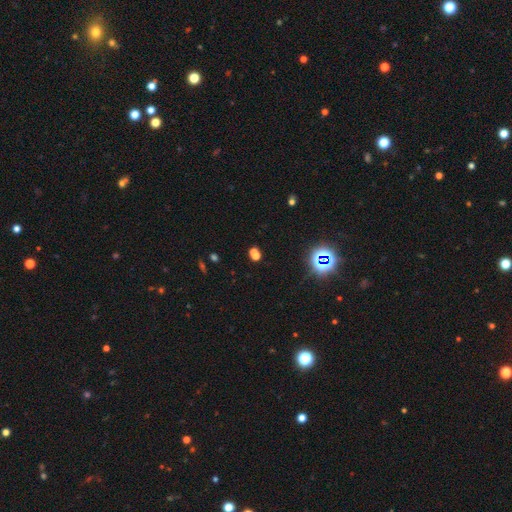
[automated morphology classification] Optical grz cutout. It shows a star or artifact, not a galaxy (46%).